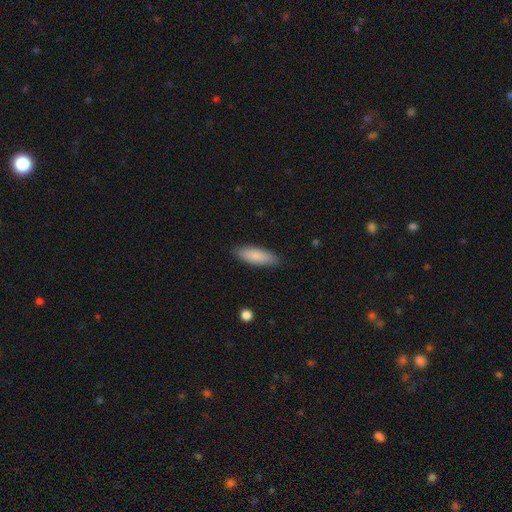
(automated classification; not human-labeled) This appears to be a smooth galaxy with no disk features (86%) that is in between round and cigar-shaped (61%). Merging: none (86%).